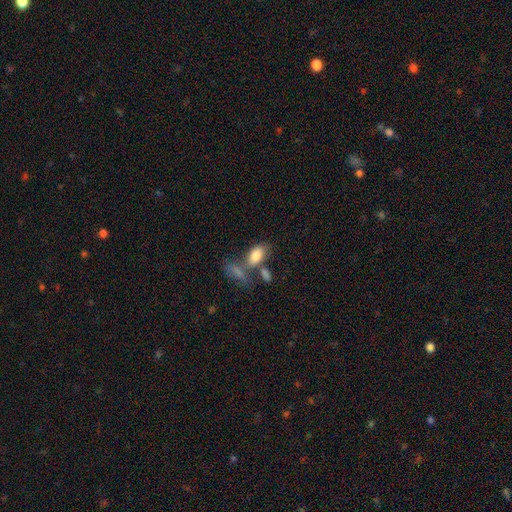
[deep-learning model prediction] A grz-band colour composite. It shows a smooth galaxy with no disk features (81%) that is in between round and cigar-shaped (91%). Merging: none (39%).